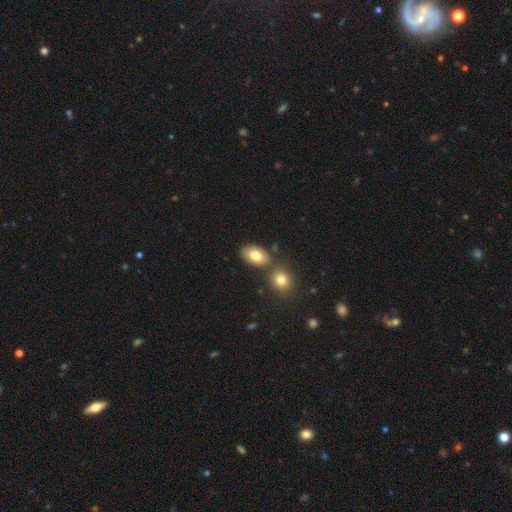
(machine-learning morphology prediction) Smooth or featured? Predicted: smooth (p=0.80). How rounded? Predicted: in between (p=0.90). Merging? Predicted: none (p=0.66).